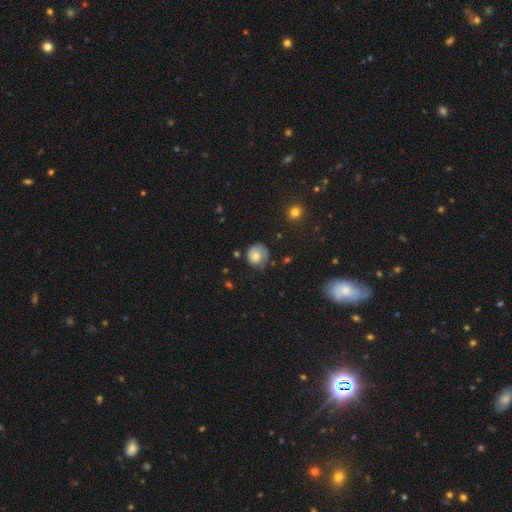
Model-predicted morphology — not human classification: A smooth galaxy with no disk features (62%) that is round (82%). Merging: none (59%).